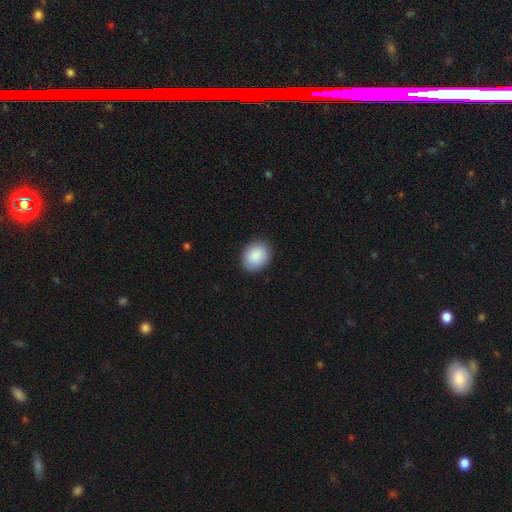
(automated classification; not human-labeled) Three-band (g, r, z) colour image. It shows a smooth galaxy with no disk features (89%) that is in between round and cigar-shaped (54%). Merging: none (89%).